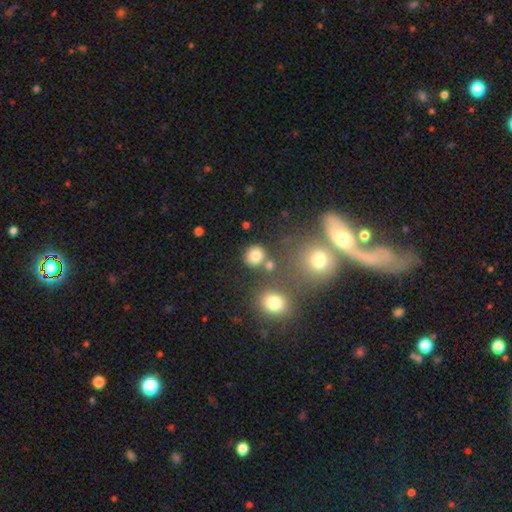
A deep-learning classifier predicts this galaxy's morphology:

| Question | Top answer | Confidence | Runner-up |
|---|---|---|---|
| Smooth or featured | smooth | 79% | star or artifact (14%) |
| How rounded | round | 89% | in between (10%) |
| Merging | none | 78% | minor disturbance (9%) |